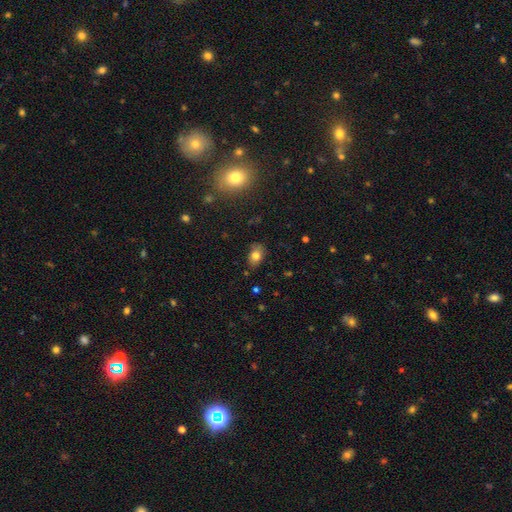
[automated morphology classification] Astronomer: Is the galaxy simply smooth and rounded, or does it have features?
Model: smooth — 77%.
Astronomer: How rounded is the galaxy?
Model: in between — 80%.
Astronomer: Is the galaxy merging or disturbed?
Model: none — 76%.